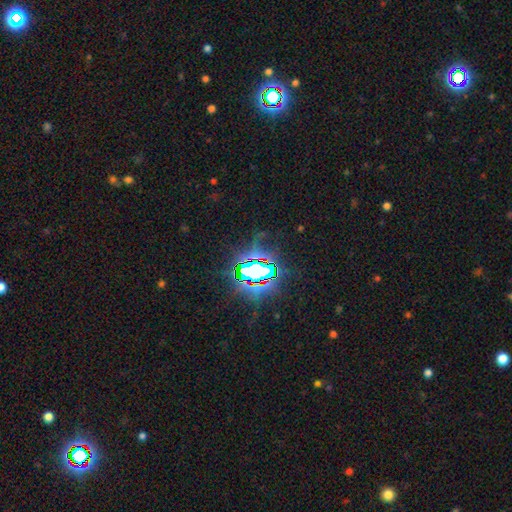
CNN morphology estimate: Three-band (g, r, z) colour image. It shows a star or artifact, not a galaxy (85%).